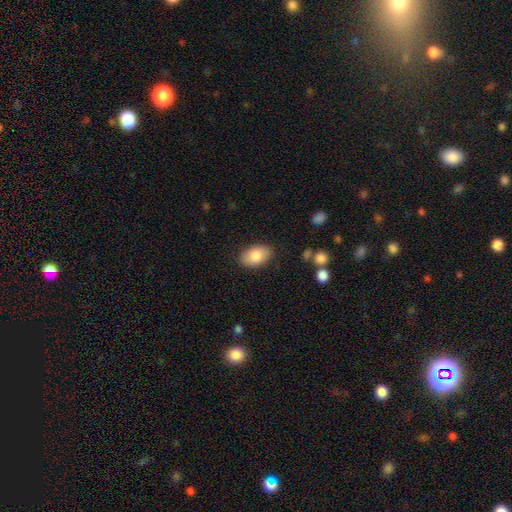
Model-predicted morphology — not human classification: type=smooth (82%); roundness=in between (90%); merging=none (85%).